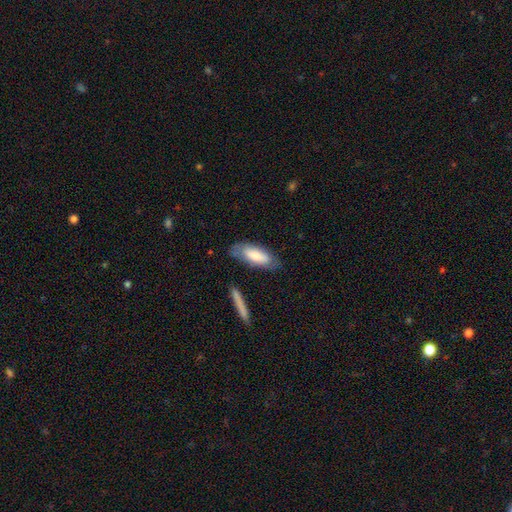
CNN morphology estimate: This is likely a smooth galaxy (77%). How rounded: likely in between (71%). Merging: likely none (68%).